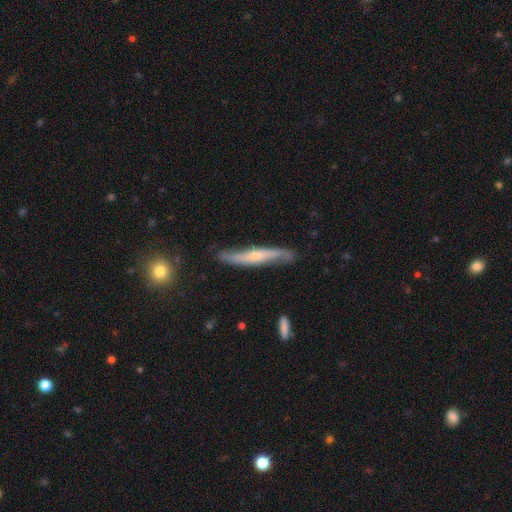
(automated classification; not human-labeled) Smooth or featured?
  - featured or disk: 68% *
  - smooth: 27%
  - star or artifact: 6%
Edge-on disk?
  - yes: 65% *
  - no: 35%
Merging?
  - none: 70% *
  - minor disturbance: 22%
  - major disturbance: 5%
  - merger: 2%